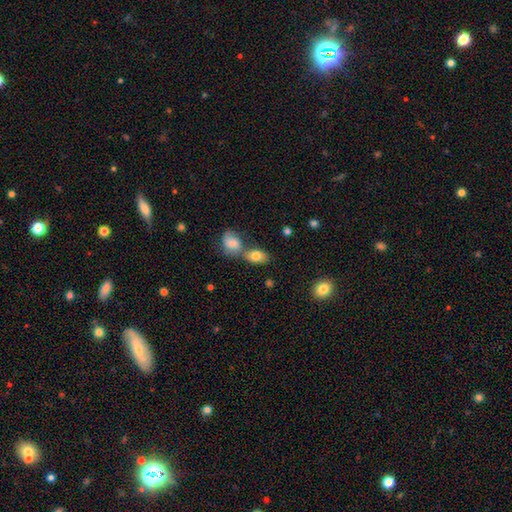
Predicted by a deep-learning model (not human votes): Smooth or featured?
  - smooth: 80% *
  - featured or disk: 11%
  - star or artifact: 8%
How rounded?
  - in between: 87% *
  - round: 11%
  - cigar-shaped: 2%
Merging?
  - none: 42% * (tied)
  - merger: 42% * (tied)
  - minor disturbance: 12%
  - major disturbance: 5%